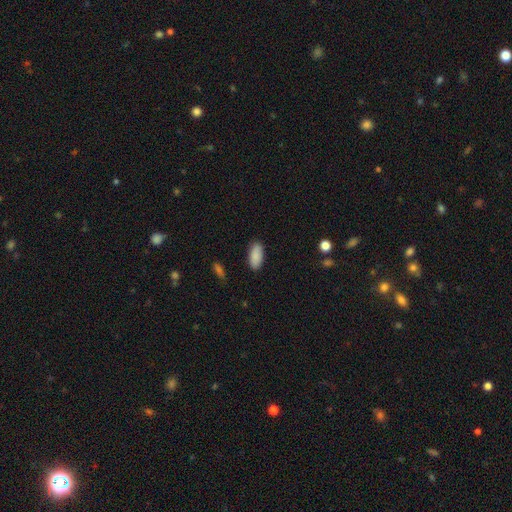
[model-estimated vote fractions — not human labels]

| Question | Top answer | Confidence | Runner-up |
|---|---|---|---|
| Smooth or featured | smooth | 89% | star or artifact (6%) |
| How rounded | in between | 90% | cigar-shaped (8%) |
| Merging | none | 88% | minor disturbance (8%) |